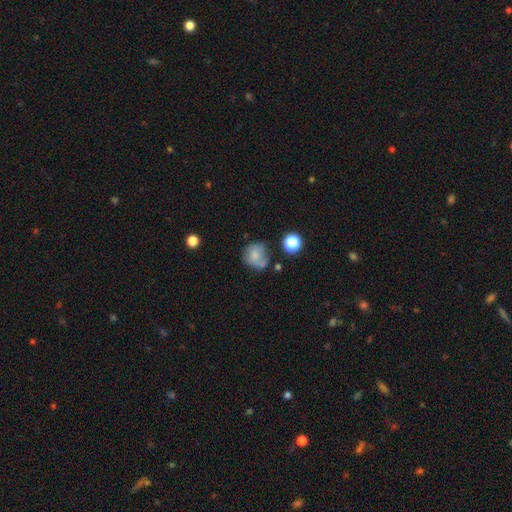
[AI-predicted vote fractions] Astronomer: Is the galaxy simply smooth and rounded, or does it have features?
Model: smooth — 70%.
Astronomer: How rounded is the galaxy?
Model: round — 80%.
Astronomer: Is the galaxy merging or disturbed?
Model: none — 49% (runner-up: minor disturbance, 25%).